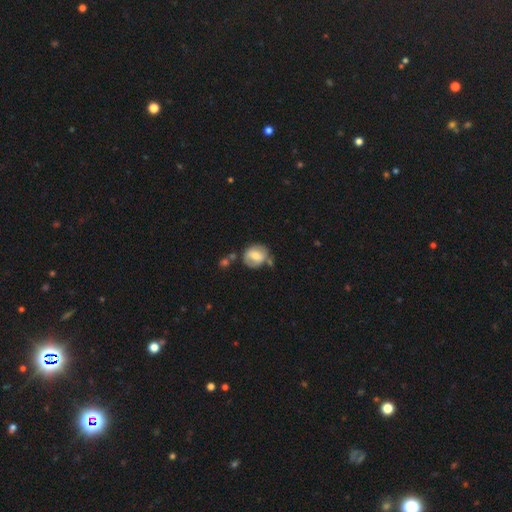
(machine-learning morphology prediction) Smooth or featured? Predicted: smooth (p=0.57). How rounded? Predicted: round (p=0.68). Merging? Predicted: none (p=0.57).